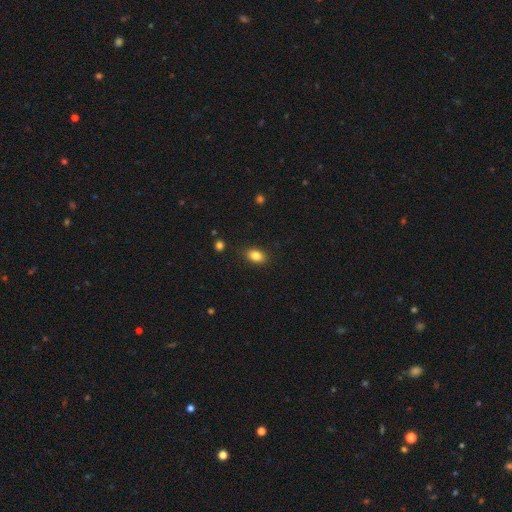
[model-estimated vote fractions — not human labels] This is clearly a smooth galaxy (84%). How rounded: clearly in between (83%). Merging: clearly none (87%).